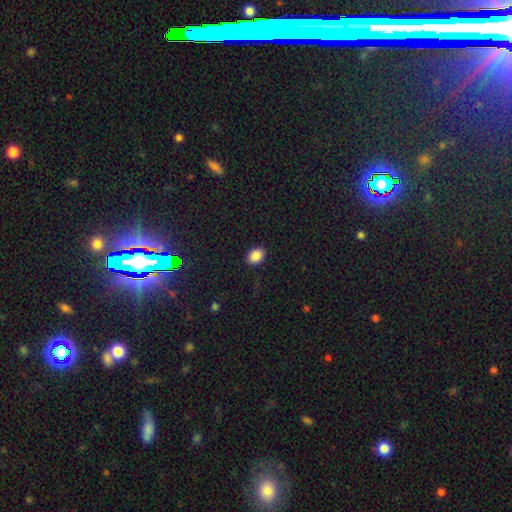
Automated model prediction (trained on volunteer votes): smooth_or_featured: smooth (p=0.87) [alt: star or artifact p=0.09]
how_rounded: in between (p=0.74) [alt: round p=0.25]
merging: none (p=0.89) [alt: minor disturbance p=0.08]